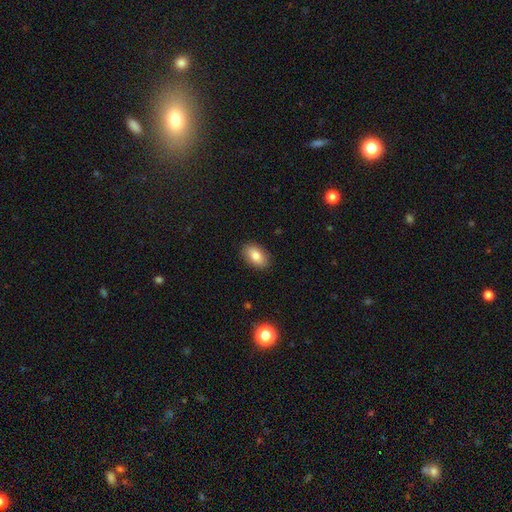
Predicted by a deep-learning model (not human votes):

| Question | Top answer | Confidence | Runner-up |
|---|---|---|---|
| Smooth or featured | smooth | 81% | featured or disk (11%) |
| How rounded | in between | 90% | round (8%) |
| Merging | none | 88% | minor disturbance (8%) |